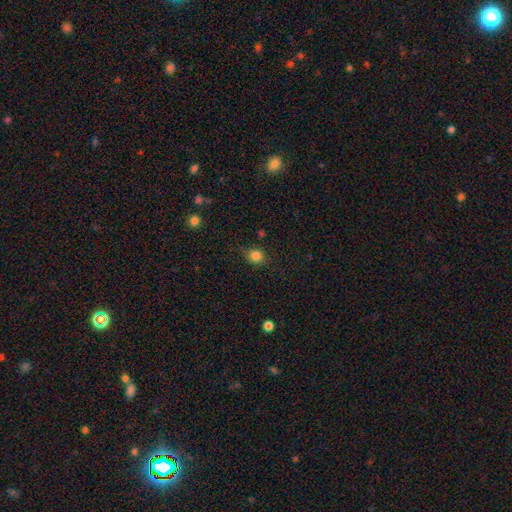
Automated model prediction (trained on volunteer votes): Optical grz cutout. It shows a smooth galaxy with no disk features (84%) that is round (76%). Merging: none (80%).